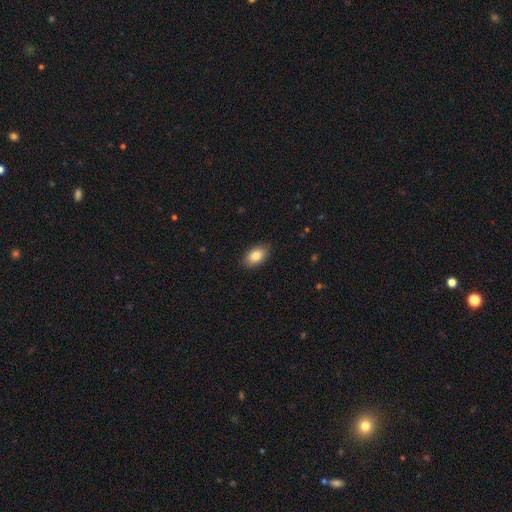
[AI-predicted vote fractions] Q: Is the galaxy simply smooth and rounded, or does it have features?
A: smooth — 85%.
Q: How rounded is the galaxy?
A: in between — 91%.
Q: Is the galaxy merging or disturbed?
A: none — 88%.